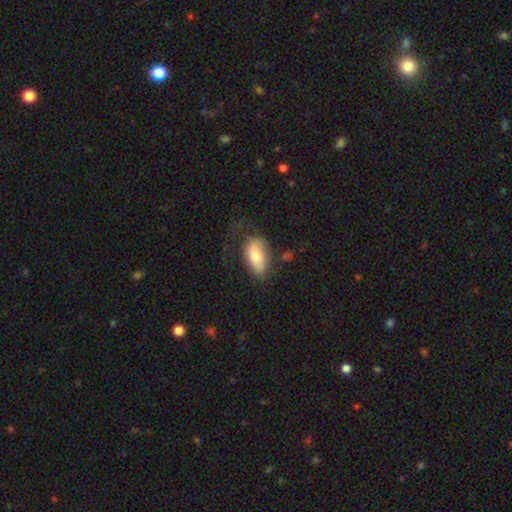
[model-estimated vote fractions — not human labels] Morphology: type=smooth (74%); roundness=in between (92%); merging=none (53%).